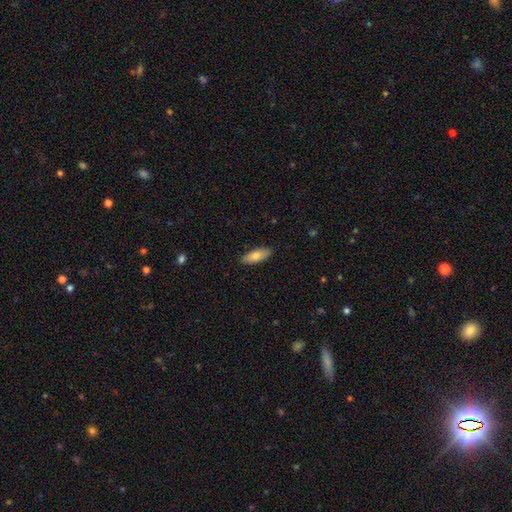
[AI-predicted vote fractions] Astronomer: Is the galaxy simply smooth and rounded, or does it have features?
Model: smooth — 74%.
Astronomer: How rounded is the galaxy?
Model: in between — 72%.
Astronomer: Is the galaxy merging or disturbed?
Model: none — 89%.